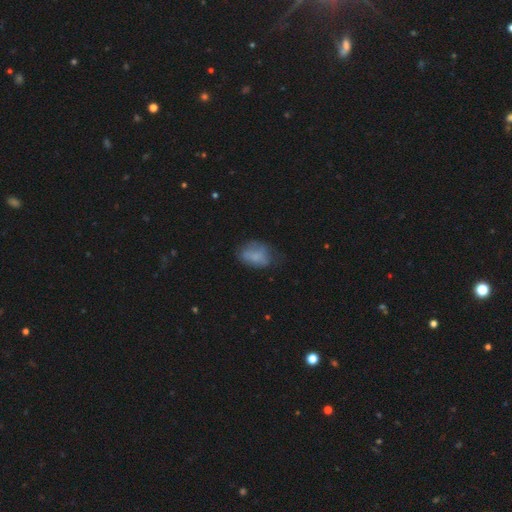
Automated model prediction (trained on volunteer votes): A smooth galaxy with no disk features (72%) that is in between round and cigar-shaped (81%).

Vote fractions:
- Smooth or featured? smooth: 72% / featured or disk: 18% / star or artifact: 10%
- How rounded? in between: 81% / round: 17% / cigar-shaped: 2%
- Merging? none: 50% / minor disturbance: 32% / major disturbance: 16% / merger: 2%